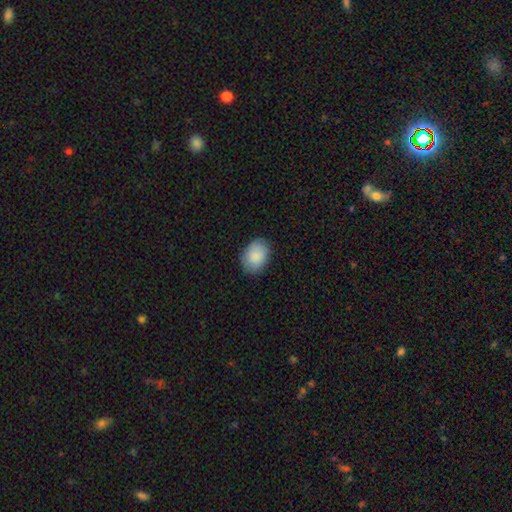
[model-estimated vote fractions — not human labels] This appears to be a smooth galaxy with no disk features (88%) that is in between round and cigar-shaped (73%). Merging: none (82%).